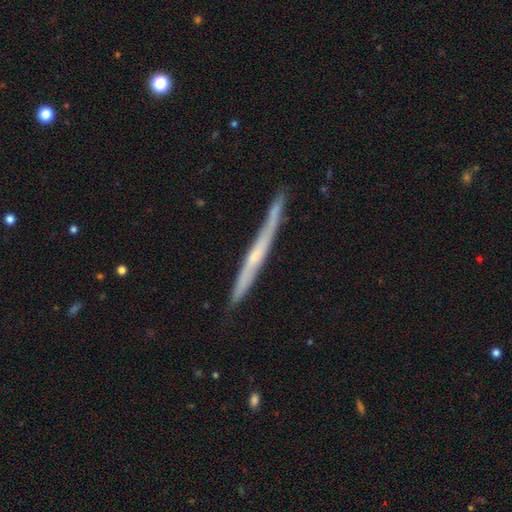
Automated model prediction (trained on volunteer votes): Smooth or featured? Predicted: featured or disk (p=0.66). Edge-on disk? Predicted: yes (p=0.96). Edge-on bulge? Predicted: none (p=0.65). Merging? Predicted: none (p=0.82).